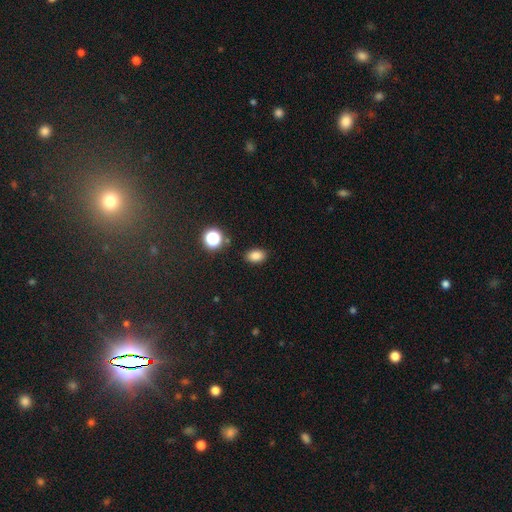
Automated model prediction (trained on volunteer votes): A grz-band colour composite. It shows a smooth galaxy with no disk features (83%) that is in between round and cigar-shaped (83%). Merging: none (87%).